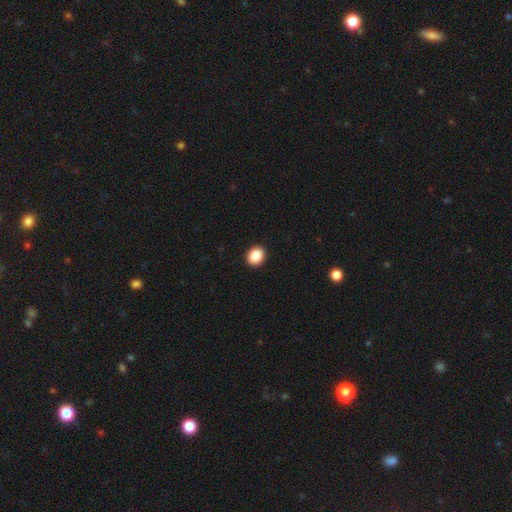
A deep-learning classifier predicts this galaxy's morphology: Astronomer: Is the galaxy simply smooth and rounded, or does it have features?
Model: smooth — 89%.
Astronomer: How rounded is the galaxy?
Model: round — 61% (runner-up: in between, 38%).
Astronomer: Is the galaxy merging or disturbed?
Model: none — 93%.